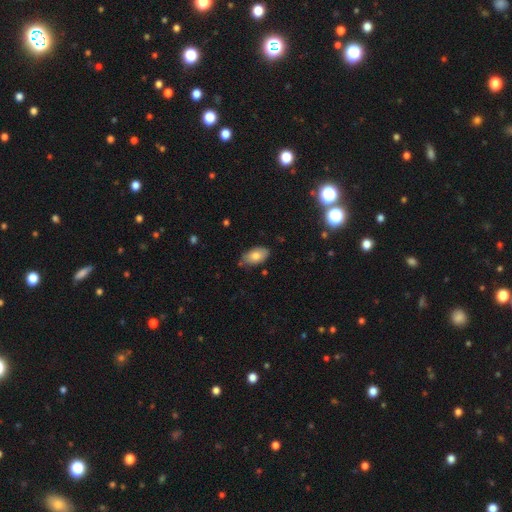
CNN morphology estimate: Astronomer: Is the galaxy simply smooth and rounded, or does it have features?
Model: smooth — 78%.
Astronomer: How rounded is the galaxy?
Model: in between — 94%.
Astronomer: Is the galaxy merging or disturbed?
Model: none — 76%.